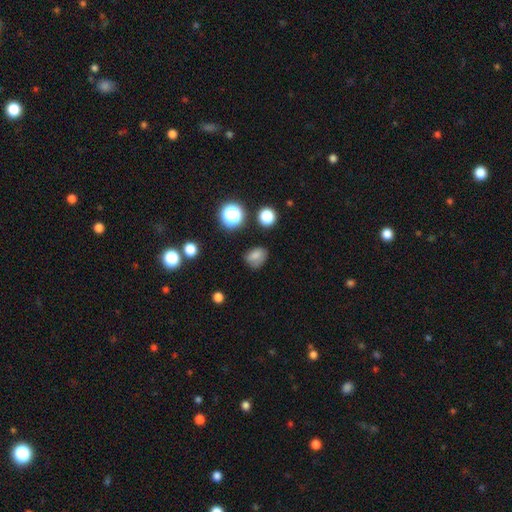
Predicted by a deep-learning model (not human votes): This appears to be a smooth galaxy with no disk features (74%) that is in between round and cigar-shaped (59%). Merging: none (64%).